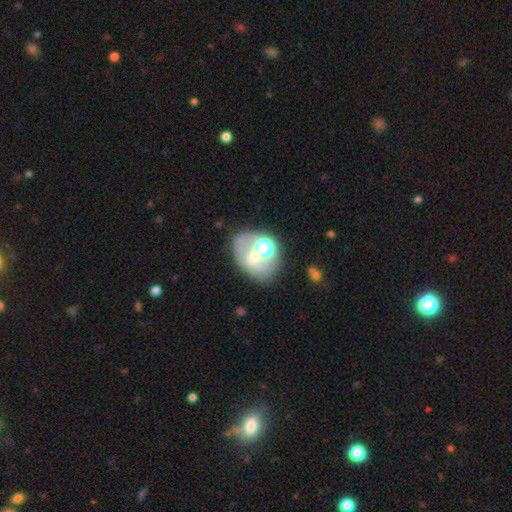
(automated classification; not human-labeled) smooth-or-featured: featured or disk: 45% | smooth: 38% | star or artifact: 17%
  merging: none: 42% | merger: 24% | minor disturbance: 17% | major disturbance: 17%